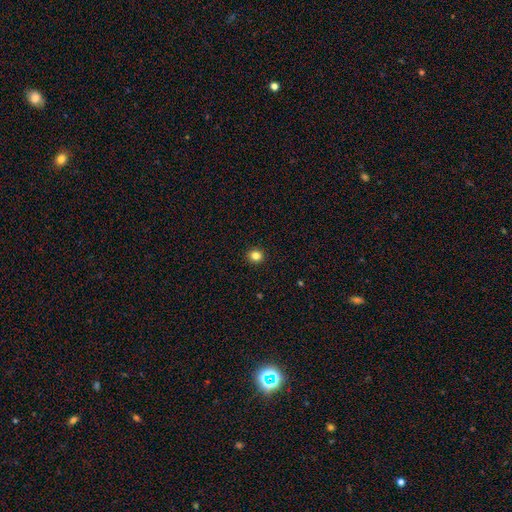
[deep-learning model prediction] A smooth galaxy with no disk features (83%) that is round (88%).

Vote fractions:
- Smooth or featured? smooth: 83% / star or artifact: 12% / featured or disk: 5%
- How rounded? round: 88% / in between: 12% / cigar-shaped: 1%
- Merging? none: 93% / minor disturbance: 5% / major disturbance: 1% / merger: 1%